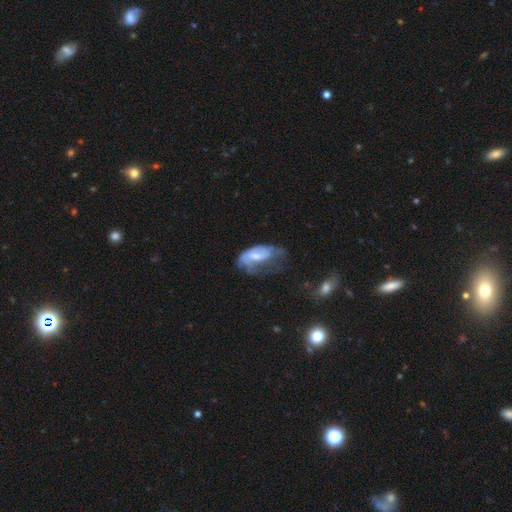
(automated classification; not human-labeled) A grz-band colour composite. It shows a featured or disk galaxy (56%) with no bar (49%), spiral arms (56%) and a moderate central bulge (48%). Merging: major disturbance (43%).